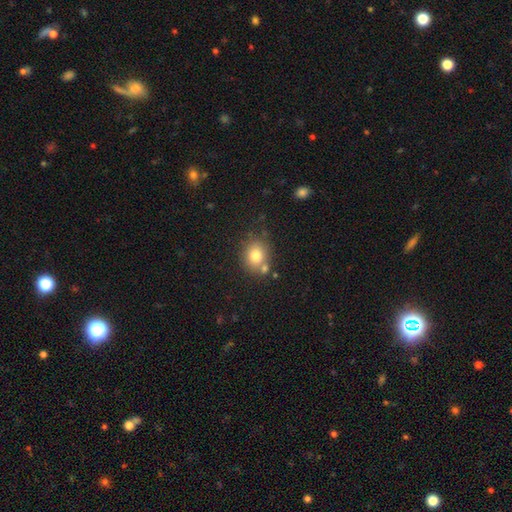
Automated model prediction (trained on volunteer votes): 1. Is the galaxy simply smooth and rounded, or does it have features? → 78% smooth, 11% star or artifact, 11% featured or disk.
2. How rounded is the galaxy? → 70% round, 30% in between, 1% cigar-shaped.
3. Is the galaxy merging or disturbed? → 66% none, 17% merger, 13% minor disturbance, 4% major disturbance.